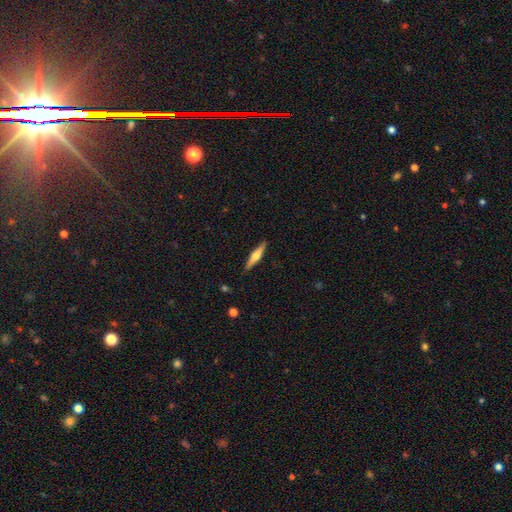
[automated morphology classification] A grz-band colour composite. It shows a featured or disk galaxy (60%) viewed edge-on (97%) with a rounded central bulge (91%). Merging: none (90%).